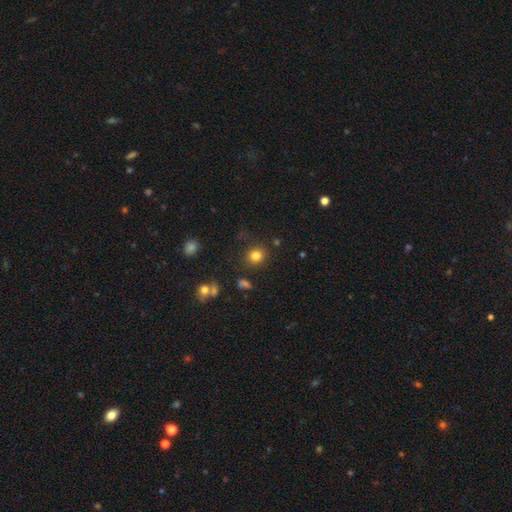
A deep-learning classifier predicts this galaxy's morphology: Smooth or featured? smooth (82%)
How rounded? round (82%)
Merging? none (84%)